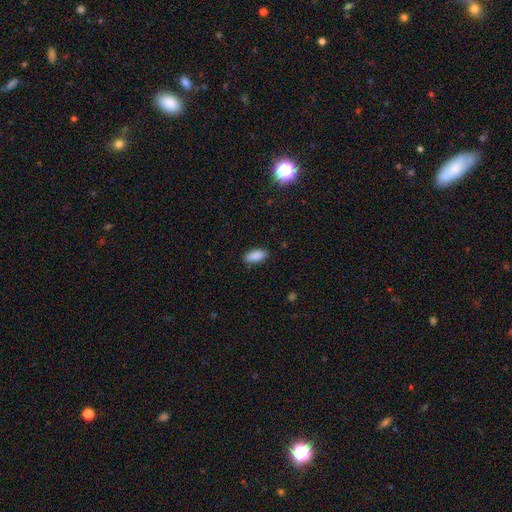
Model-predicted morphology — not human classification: A smooth galaxy with no disk features (90%) that is in between round and cigar-shaped (90%). Merging: none (87%).